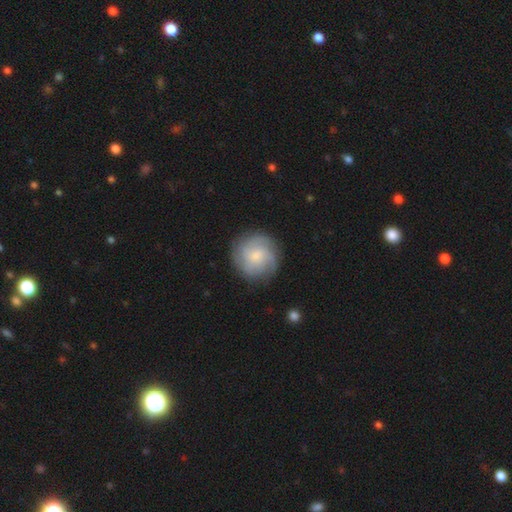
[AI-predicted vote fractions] Morphology: type=featured or disk (54%); edge-on=no (98%); bar=no (69%); spiral arms=yes (90%); bulge=small (52%); merging=none (82%).